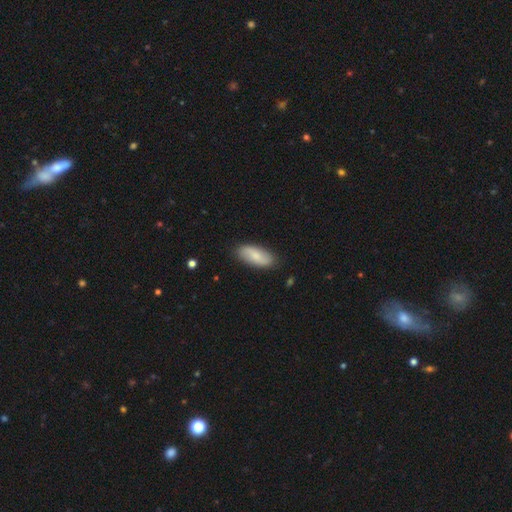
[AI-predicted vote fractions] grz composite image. It shows a smooth galaxy with no disk features (72%) that is in between round and cigar-shaped (84%). Merging: none (85%).